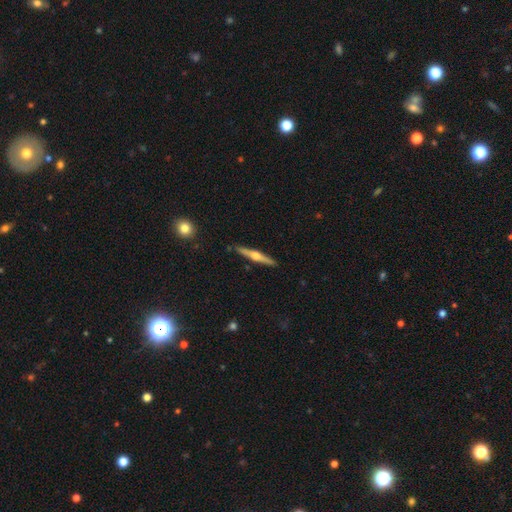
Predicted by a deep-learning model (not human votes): Q: Smooth or featured?
A: featured or disk (68%); runner-up: smooth (27%)
Q: Edge-on disk?
A: yes (98%); runner-up: no (2%)
Q: Edge-on bulge?
A: rounded (91%); runner-up: boxy (5%)
Q: Merging?
A: none (90%); runner-up: minor disturbance (7%)